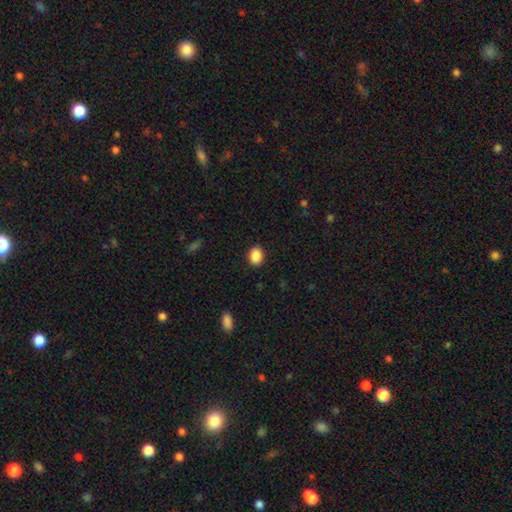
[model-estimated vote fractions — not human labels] smooth 89%, star or artifact 8%, featured or disk 3%. Down the decision tree: how rounded — in between (60%); merging — none (89%).